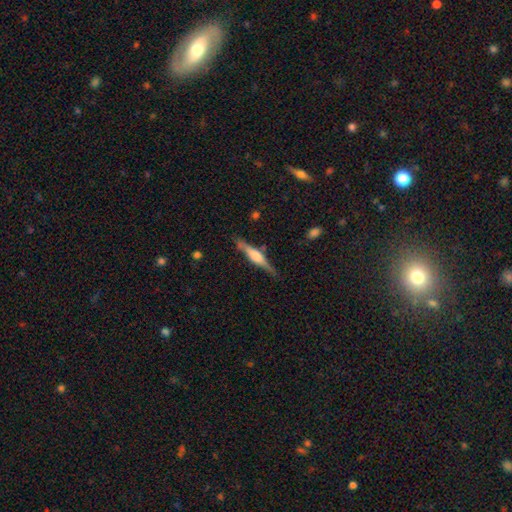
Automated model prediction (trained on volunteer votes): featured or disk 69%, smooth 25%, star or artifact 6%. Down the decision tree: edge-on disk — yes (97%); edge-on bulge — rounded (63%); merging — none (83%).